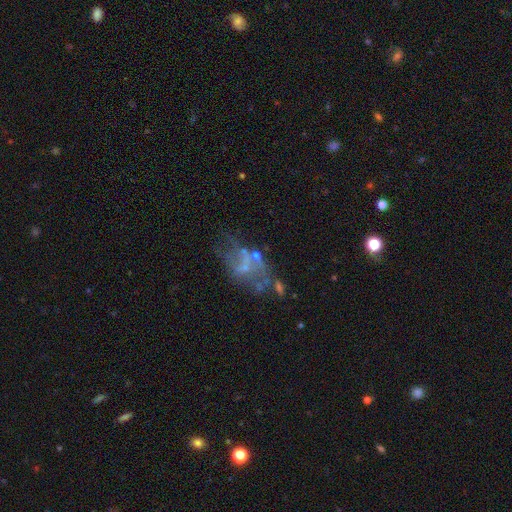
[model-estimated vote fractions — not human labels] Morphology: type=featured or disk (60%); edge-on=no (96%); bar=no (73%); spiral arms=no (74%); bulge=none (59%); merging=none (43%).